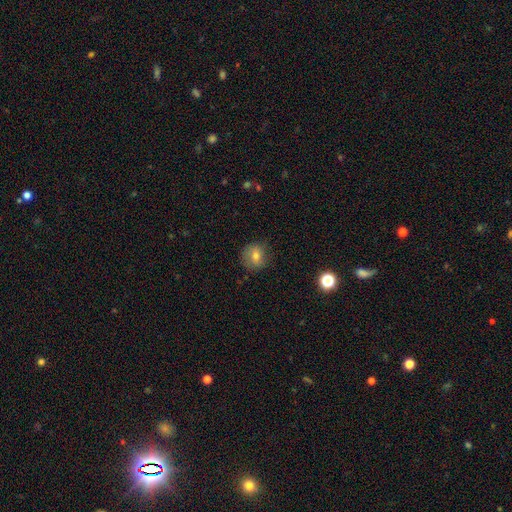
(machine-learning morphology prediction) Q: Smooth or featured?
A: smooth (68%); runner-up: featured or disk (19%)
Q: How rounded?
A: round (83%); runner-up: in between (16%)
Q: Merging?
A: none (79%); runner-up: minor disturbance (15%)